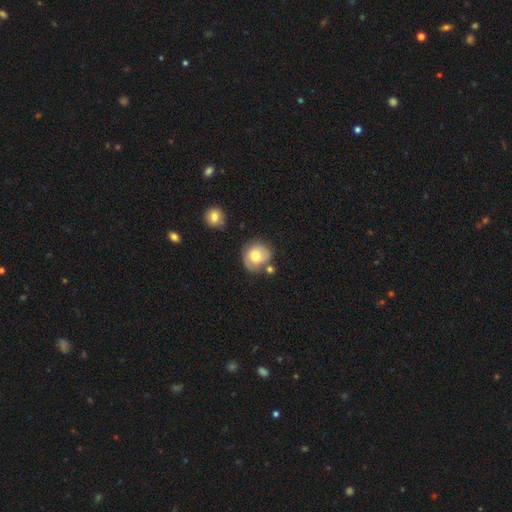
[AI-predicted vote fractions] smooth_or_featured: smooth (p=0.60) [alt: featured or disk p=0.32]
how_rounded: round (p=0.80) [alt: in between p=0.19]
merging: none (p=0.56) [alt: minor disturbance p=0.24]